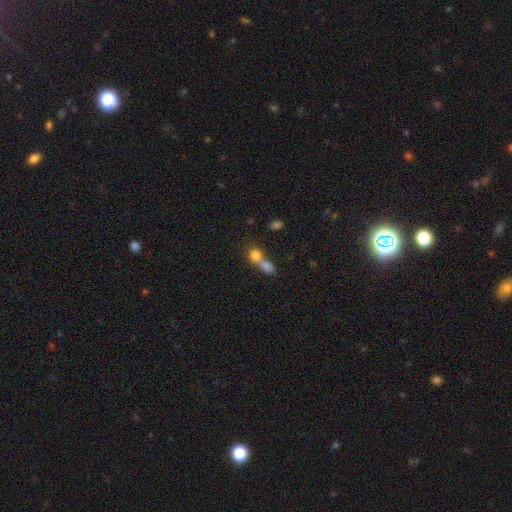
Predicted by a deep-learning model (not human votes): A smooth galaxy with no disk features (76%) that is round (55%).

Vote fractions:
- Smooth or featured? smooth: 76% / featured or disk: 14% / star or artifact: 10%
- How rounded? round: 55% / in between: 40% / cigar-shaped: 6%
- Merging? merger: 68% / none: 22% / minor disturbance: 6% / major disturbance: 4%